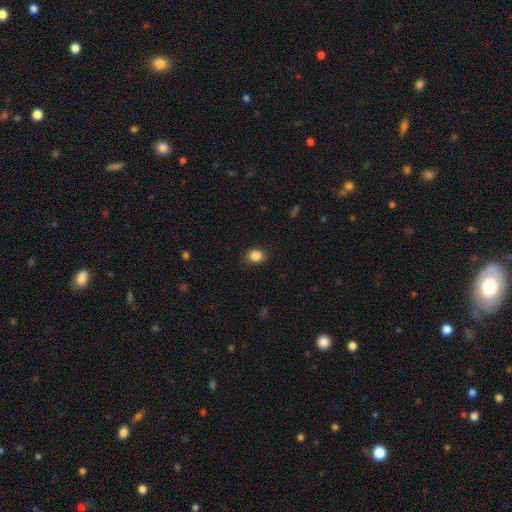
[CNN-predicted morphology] Q: Smooth or featured?
A: smooth (86%); runner-up: star or artifact (9%)
Q: How rounded?
A: in between (51%); runner-up: round (48%)
Q: Merging?
A: none (82%); runner-up: minor disturbance (14%)